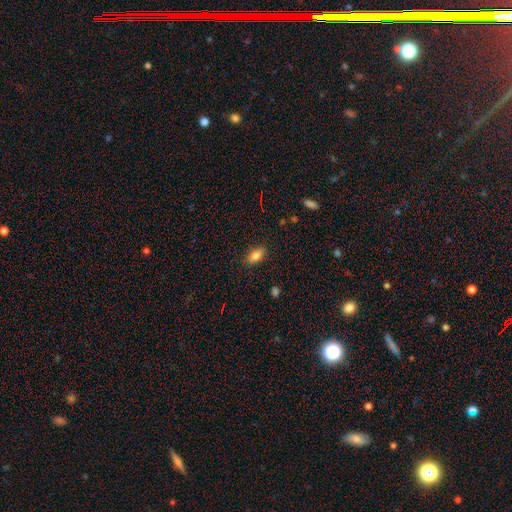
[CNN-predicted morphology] This is clearly a smooth galaxy (82%). How rounded: clearly in between (88%). Merging: clearly none (87%).